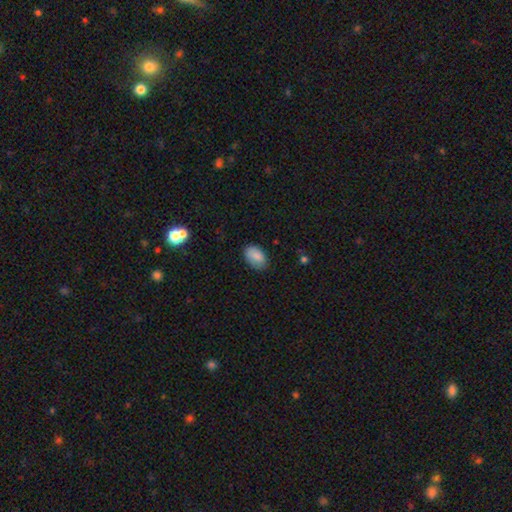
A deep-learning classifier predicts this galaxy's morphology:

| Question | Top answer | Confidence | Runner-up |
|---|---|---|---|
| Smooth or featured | smooth | 87% | star or artifact (8%) |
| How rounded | in between | 90% | round (9%) |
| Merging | none | 79% | minor disturbance (16%) |